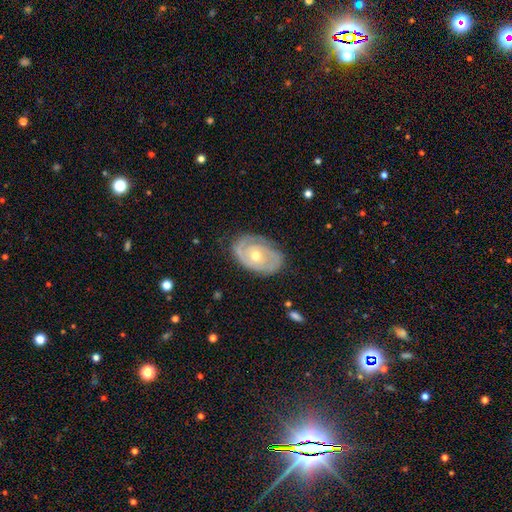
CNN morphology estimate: featured or disk 83%, smooth 12%, star or artifact 5%. Down the decision tree: edge-on disk — no (96%); bar — no (79%); spiral arms — yes (89%); spiral arm count — 2 (51%); spiral winding — tight (72%); bulge size — moderate (64%); merging — none (78%).